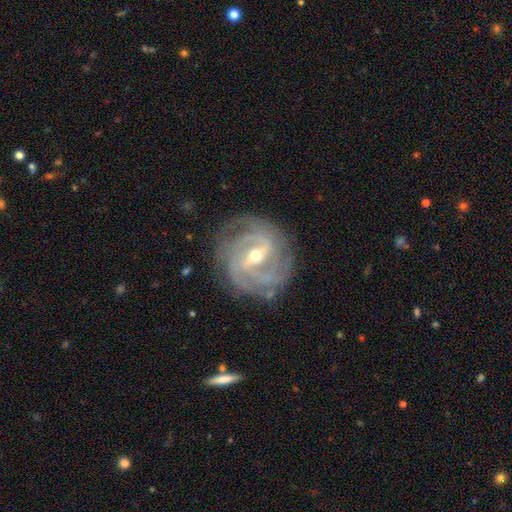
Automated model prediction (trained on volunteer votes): A featured or disk galaxy (91%) with a strong bar (51%), 3 (30%) tight (60%) spiral arms (97%) and a moderate central bulge (51%).

Vote fractions:
- Smooth or featured? featured or disk: 91% / star or artifact: 5% / smooth: 4%
- Edge-on disk? no: 97% / yes: 3%
- Bar? strong: 51% / weak: 39% / no: 10%
- Spiral arms? yes: 97% / no: 3%
- Spiral winding? tight: 60% / medium: 33% / loose: 7%
- Spiral arm count? 3: 30% / 2: 26% / 4: 17% / can't tell: 17% / more than 4: 6% / 1: 5%
- Bulge size? moderate: 51% / small: 46% / large: 2% / none: 1% / dominant: 1%
- Merging? none: 80% / minor disturbance: 14% / major disturbance: 5% / merger: 1%